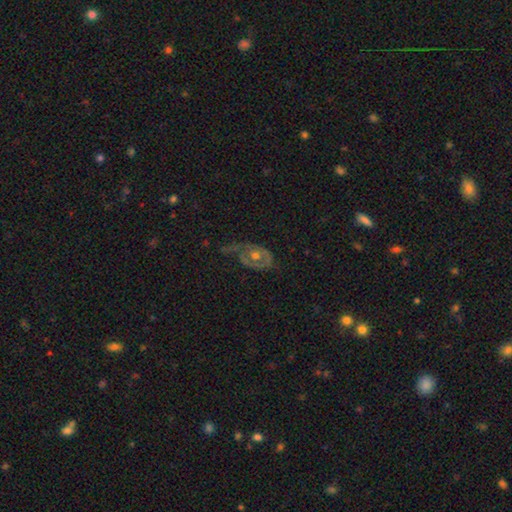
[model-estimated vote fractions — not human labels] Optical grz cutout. It shows a featured or disk galaxy (69%) with no bar (84%), spiral arms (52%) and a moderate central bulge (73%). Merging: none (38%).